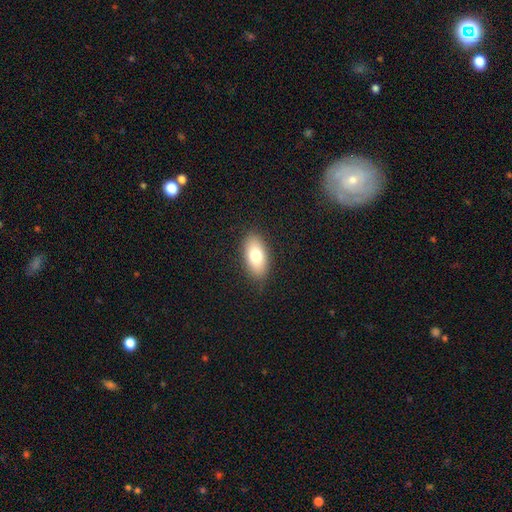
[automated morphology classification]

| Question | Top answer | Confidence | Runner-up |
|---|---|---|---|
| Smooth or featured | smooth | 76% | featured or disk (16%) |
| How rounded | in between | 91% | cigar-shaped (5%) |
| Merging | none | 86% | minor disturbance (10%) |